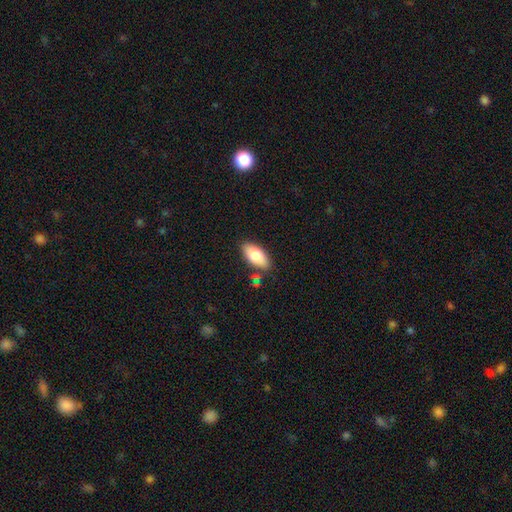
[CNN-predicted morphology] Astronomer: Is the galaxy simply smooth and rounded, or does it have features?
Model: smooth — 83%.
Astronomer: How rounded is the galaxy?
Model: in between — 90%.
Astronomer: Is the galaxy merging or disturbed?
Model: none — 84%.